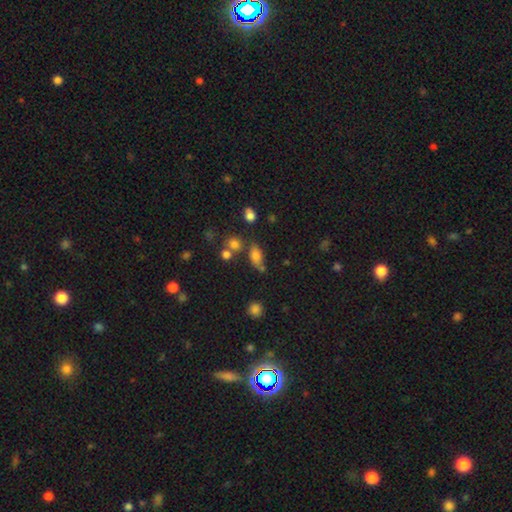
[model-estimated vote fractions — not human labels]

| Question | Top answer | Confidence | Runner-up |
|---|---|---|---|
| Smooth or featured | smooth | 74% | star or artifact (14%) |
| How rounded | in between | 80% | round (13%) |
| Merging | none | 52% | minor disturbance (21%) |